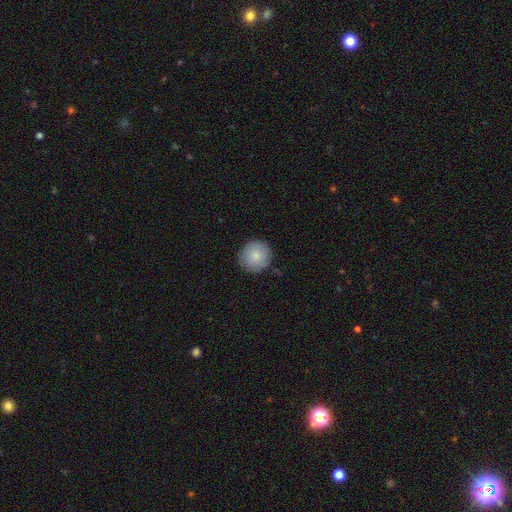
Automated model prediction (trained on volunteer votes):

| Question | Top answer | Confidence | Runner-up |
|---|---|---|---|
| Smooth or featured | smooth | 85% | featured or disk (8%) |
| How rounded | round | 93% | in between (6%) |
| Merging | none | 88% | minor disturbance (9%) |